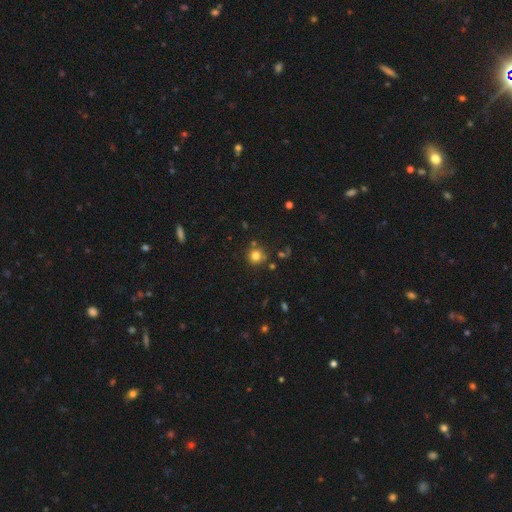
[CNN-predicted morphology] The model was most divided on "smooth or featured": smooth: 80%, star or artifact: 14%, featured or disk: 6%. More confident: how rounded — round (93%); merging — none (80%).